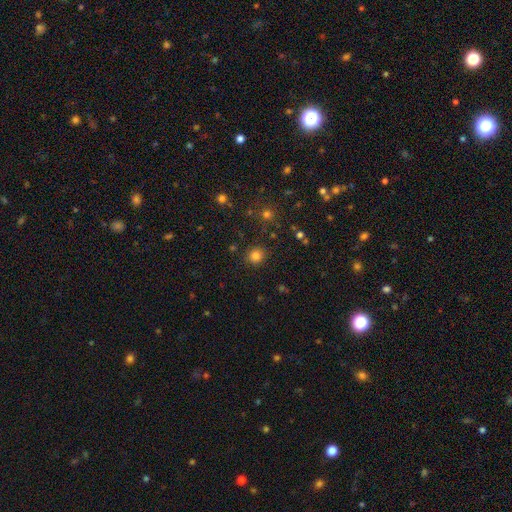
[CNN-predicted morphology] A smooth galaxy with no disk features (82%) that is round (88%). Merging: none (89%).